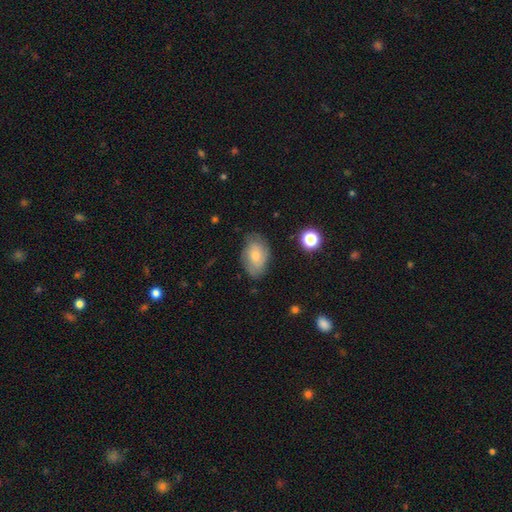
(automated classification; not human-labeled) Smooth or featured?
  - smooth: 59% *
  - featured or disk: 33%
  - star or artifact: 8%
How rounded?
  - in between: 85% *
  - round: 13%
  - cigar-shaped: 1%
Merging?
  - none: 69% *
  - minor disturbance: 23%
  - major disturbance: 6%
  - merger: 1%